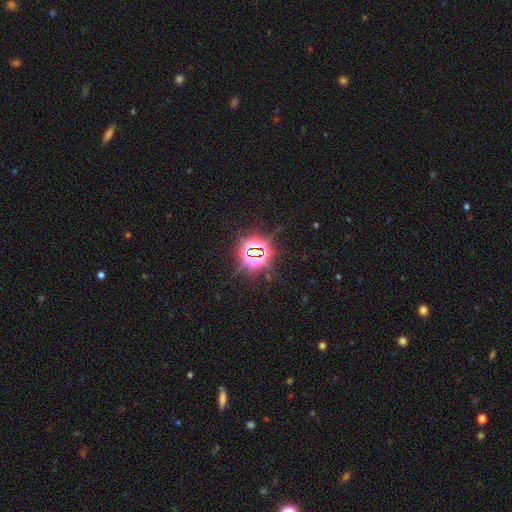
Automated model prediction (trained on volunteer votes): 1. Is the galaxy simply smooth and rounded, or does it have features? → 84% star or artifact, 9% smooth, 7% featured or disk.